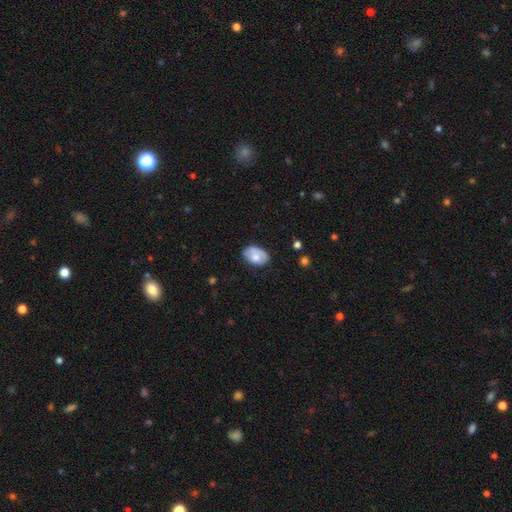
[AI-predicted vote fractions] Smooth or featured? smooth (69%)
How rounded? in between (88%)
Merging? none (63%)